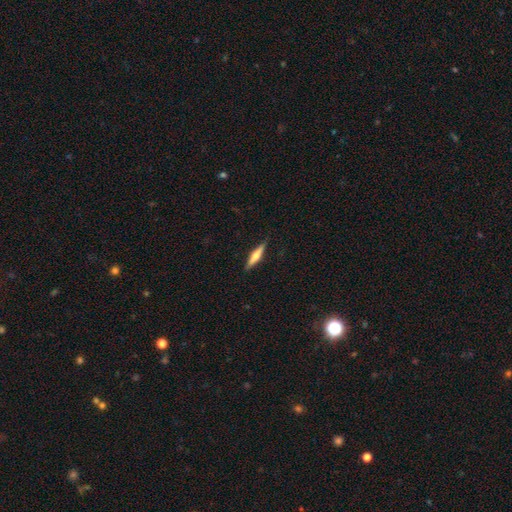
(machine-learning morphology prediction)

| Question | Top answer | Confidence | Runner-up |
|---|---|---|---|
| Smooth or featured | featured or disk | 52% | smooth (43%) |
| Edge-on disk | yes | 96% | no (4%) |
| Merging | none | 89% | minor disturbance (8%) |